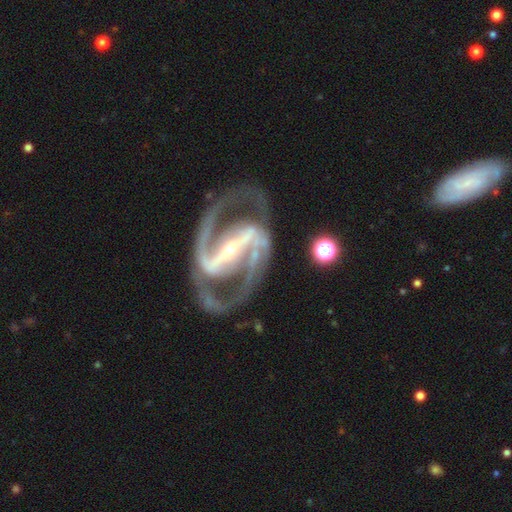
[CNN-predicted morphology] smooth_or_featured: featured or disk (p=0.93) [alt: star or artifact p=0.04]
disk_edge_on: no (p=0.97) [alt: yes p=0.03]
bar: strong (p=0.84) [alt: weak p=0.11]
has_spiral_arms: yes (p=0.98) [alt: no p=0.02]
spiral_winding: medium (p=0.62) [alt: tight p=0.26]
spiral_arm_count: 2 (p=0.92) [alt: 3 p=0.03]
bulge_size: small (p=0.79) [alt: moderate p=0.16]
merging: none (p=0.73) [alt: minor disturbance p=0.14]